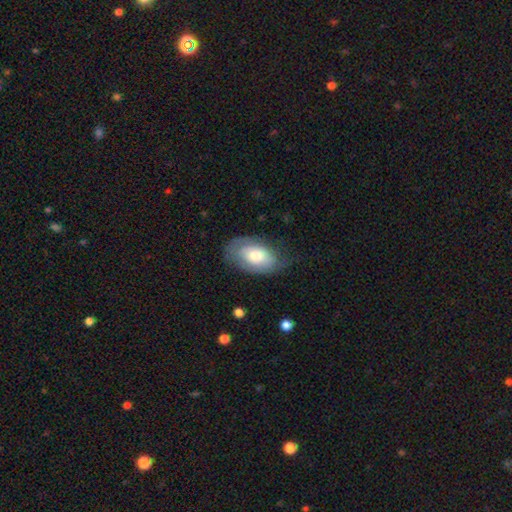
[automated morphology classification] Smooth or featured?
  - smooth: 57% *
  - featured or disk: 37%
  - star or artifact: 6%
How rounded?
  - in between: 92% *
  - round: 7%
  - cigar-shaped: 1%
Merging?
  - none: 59% *
  - minor disturbance: 27%
  - major disturbance: 13%
  - merger: 1%